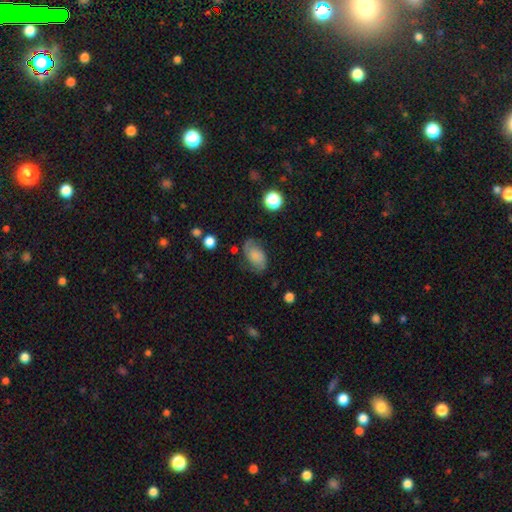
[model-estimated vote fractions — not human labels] Smooth or featured: smooth — 52% (featured or disk — 38%)
How rounded: in between — 90% (round — 8%)
Merging: none — 67% (minor disturbance — 22%)